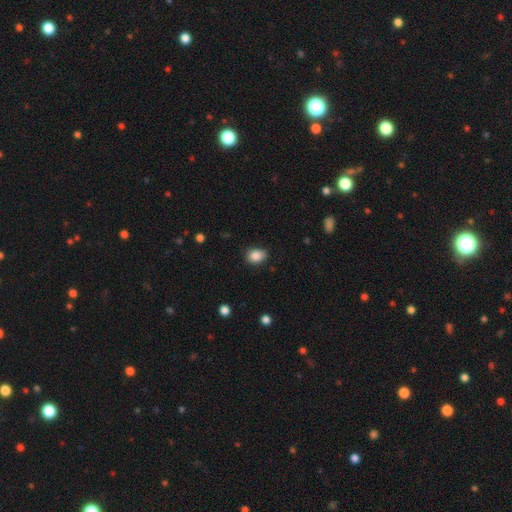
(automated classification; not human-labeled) This is clearly a smooth galaxy (86%). How rounded: possibly in between (59%). Merging: likely none (76%).